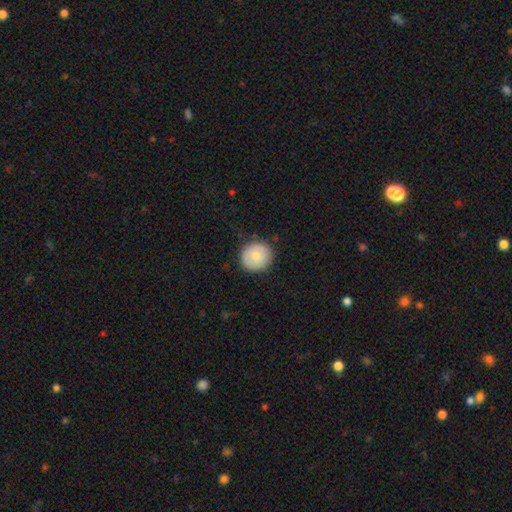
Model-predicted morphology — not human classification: The model was most divided on "smooth or featured": smooth: 72%, featured or disk: 21%, star or artifact: 7%. More confident: how rounded — round (91%); merging — none (87%).